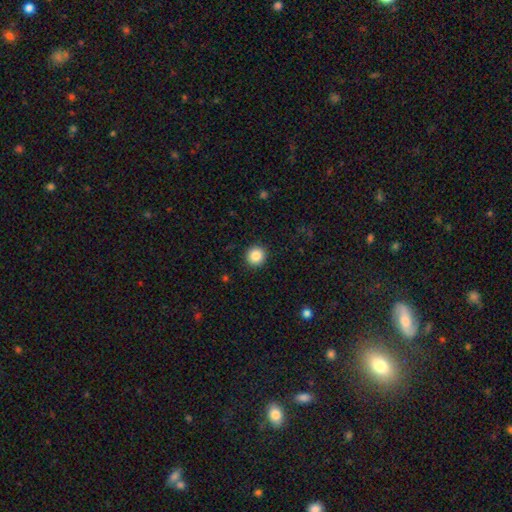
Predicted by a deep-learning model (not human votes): Smooth or featured? smooth (86%)
How rounded? round (93%)
Merging? none (92%)